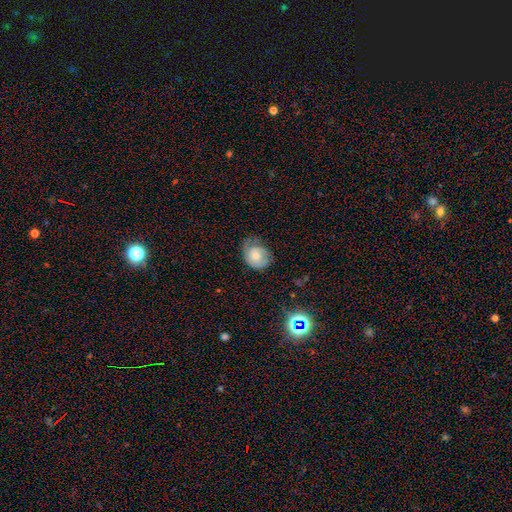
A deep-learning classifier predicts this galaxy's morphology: smooth 51%, featured or disk 41%, star or artifact 9%. Down the decision tree: how rounded — round (54%); merging — none (43%).